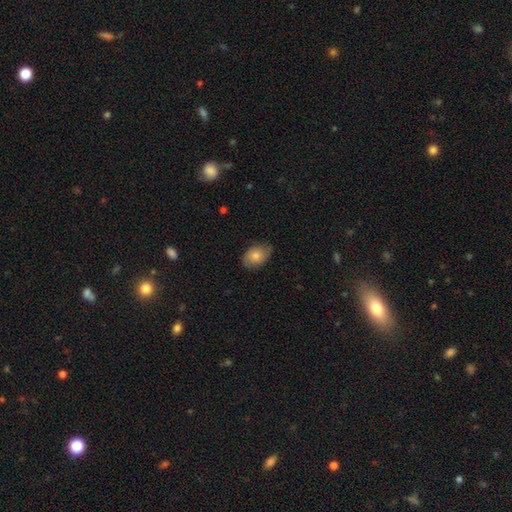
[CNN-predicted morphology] smooth-or-featured: smooth: 76% | featured or disk: 17% | star or artifact: 7%
  how-rounded: in between: 81% | round: 18% | cigar-shaped: 1%
  merging: none: 72% | minor disturbance: 23% | major disturbance: 4% | merger: 1%